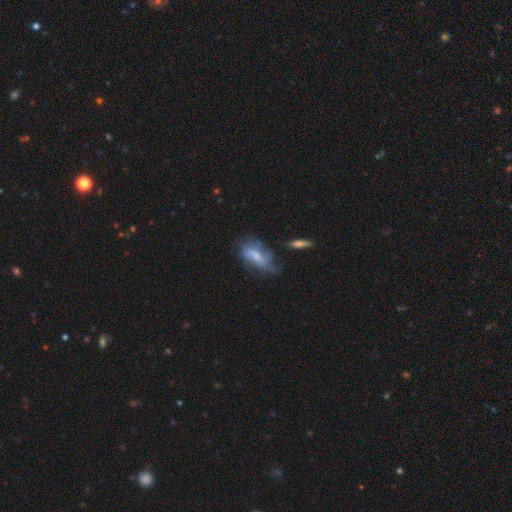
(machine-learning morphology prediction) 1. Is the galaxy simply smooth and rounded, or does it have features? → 55% featured or disk, 36% smooth, 9% star or artifact.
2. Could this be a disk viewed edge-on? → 90% no, 10% yes.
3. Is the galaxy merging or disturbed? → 39% none, 28% minor disturbance, 27% major disturbance, 6% merger.